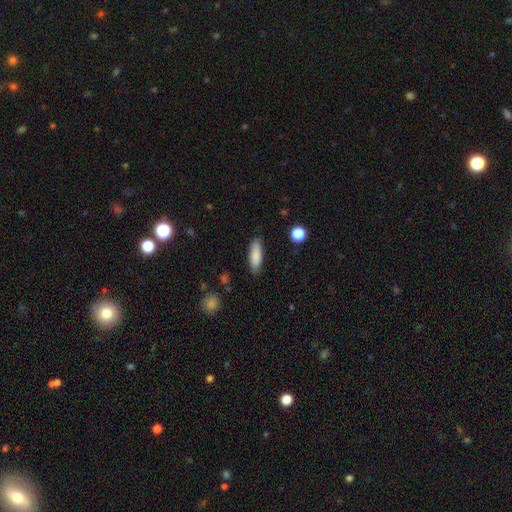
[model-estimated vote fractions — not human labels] Morphology: type=smooth (86%); roundness=in between (54%); merging=none (84%).